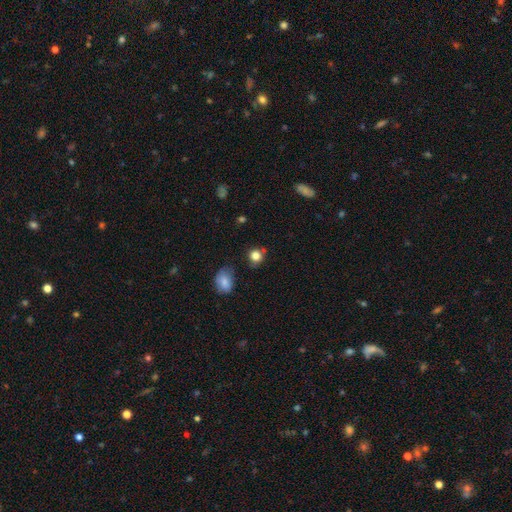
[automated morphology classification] This appears to be a smooth galaxy with no disk features (82%) that is round (83%). Merging: none (72%).